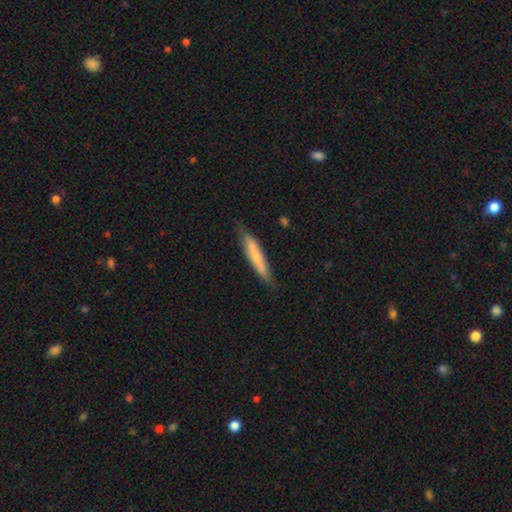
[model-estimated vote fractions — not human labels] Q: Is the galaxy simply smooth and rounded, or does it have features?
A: smooth — 67%.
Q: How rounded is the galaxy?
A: cigar-shaped — 90%.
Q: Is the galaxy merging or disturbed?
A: none — 80%.